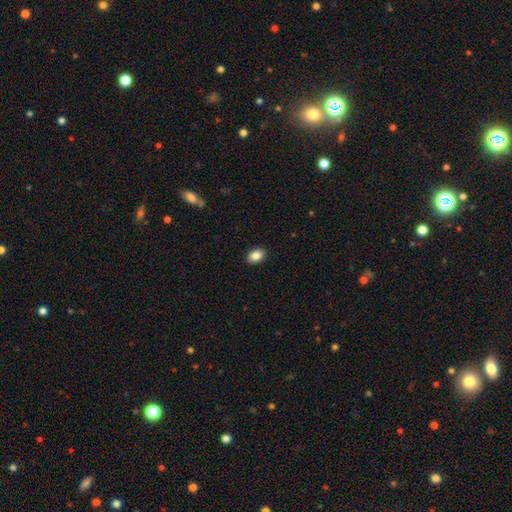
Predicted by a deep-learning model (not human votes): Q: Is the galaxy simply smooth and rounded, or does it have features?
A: smooth — 86%.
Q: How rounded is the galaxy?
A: in between — 83%.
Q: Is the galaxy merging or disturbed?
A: none — 90%.